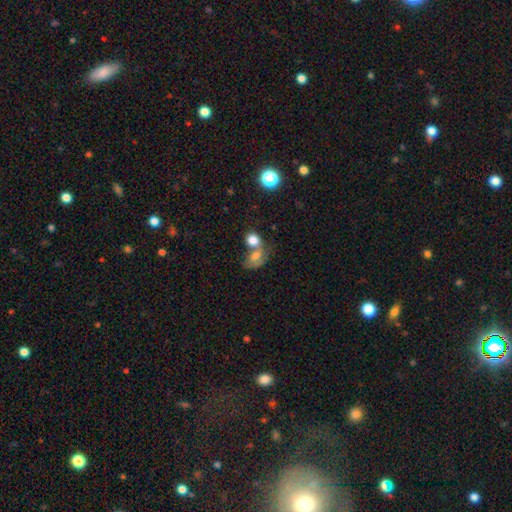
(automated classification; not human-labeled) Morphology: type=smooth (67%); roundness=in between (63%); merging=merger (56%).